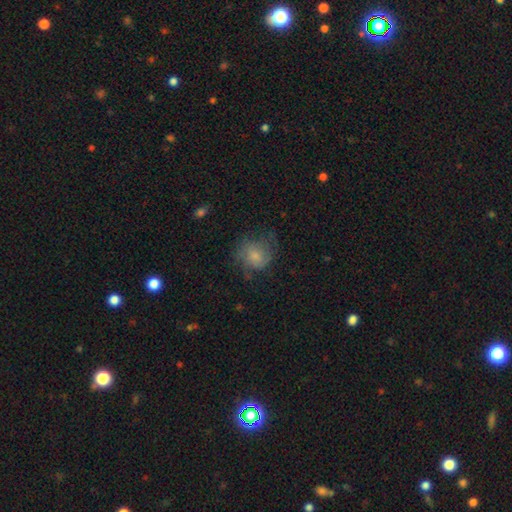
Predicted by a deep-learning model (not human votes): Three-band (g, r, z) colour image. It shows a smooth galaxy with no disk features (50%) that is round (75%). Merging: none (61%).